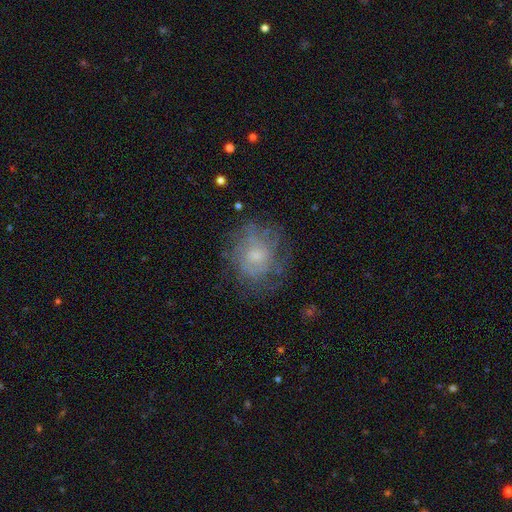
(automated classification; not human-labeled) smooth-or-featured: featured or disk: 54% | smooth: 34% | star or artifact: 11%
  disk-edge-on: no: 97% | yes: 3%
    bar: no: 80% | weak: 18% | strong: 2%
    has-spiral-arms: yes: 61% | no: 39%
    bulge-size: small: 59% | moderate: 31% | none: 7% | large: 3% | dominant: 1%
  merging: none: 64% | minor disturbance: 20% | major disturbance: 14% | merger: 1%